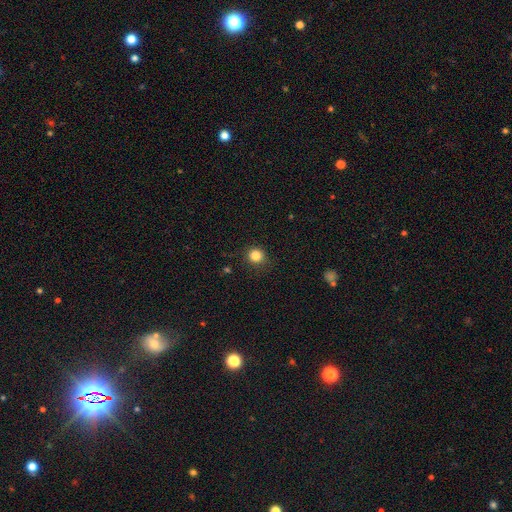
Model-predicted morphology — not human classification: This is clearly a smooth galaxy (85%). How rounded: clearly round (91%). Merging: clearly none (87%).